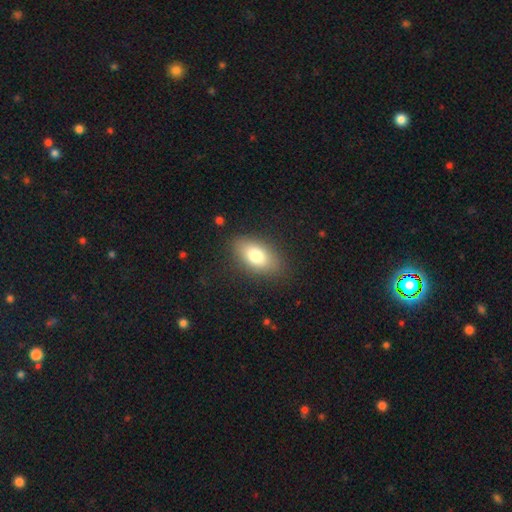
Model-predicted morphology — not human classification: Q: Smooth or featured?
A: smooth (78%); runner-up: featured or disk (14%)
Q: How rounded?
A: in between (89%); runner-up: round (6%)
Q: Merging?
A: none (84%); runner-up: minor disturbance (11%)